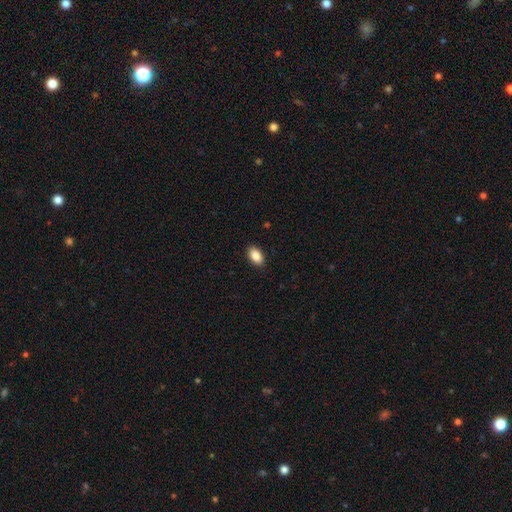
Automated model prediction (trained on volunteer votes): A smooth galaxy with no disk features (88%) that is in between round and cigar-shaped (93%).

Vote fractions:
- Smooth or featured? smooth: 88% / star or artifact: 7% / featured or disk: 5%
- How rounded? in between: 93% / round: 6% / cigar-shaped: 2%
- Merging? none: 90% / minor disturbance: 7% / major disturbance: 2% / merger: 1%